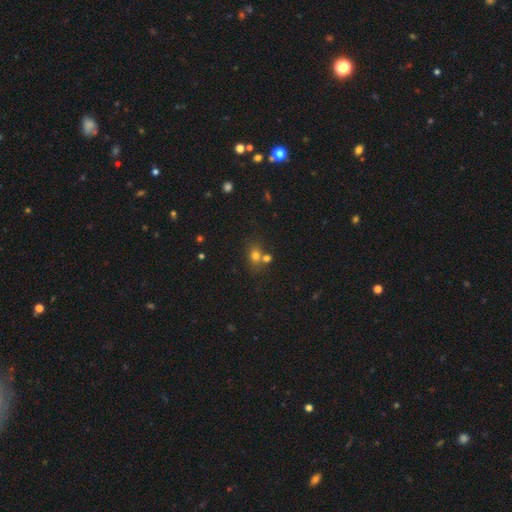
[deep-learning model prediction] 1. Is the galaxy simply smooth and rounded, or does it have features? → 72% smooth, 16% star or artifact, 12% featured or disk.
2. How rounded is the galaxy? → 52% round, 46% in between, 1% cigar-shaped.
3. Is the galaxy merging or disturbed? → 51% none, 33% merger, 11% minor disturbance, 5% major disturbance.